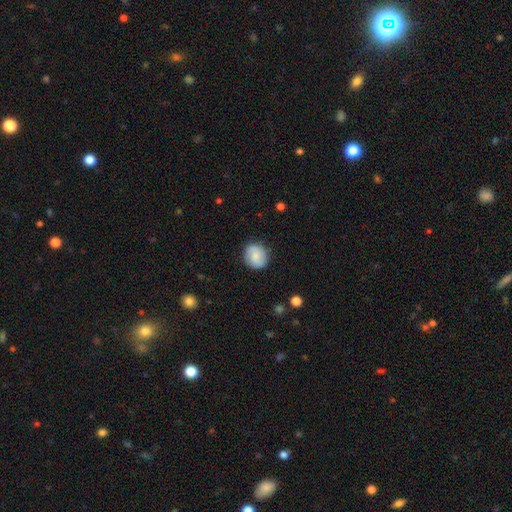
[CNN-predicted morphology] A smooth galaxy with no disk features (64%) that is round (81%). Merging: none (84%).